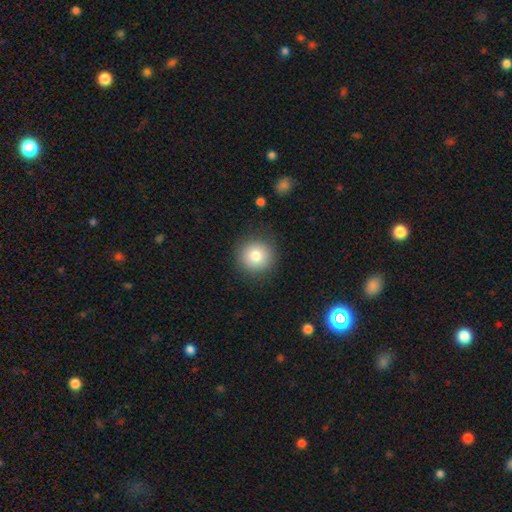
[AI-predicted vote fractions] Smooth or featured?
  - smooth: 80% *
  - star or artifact: 10%
  - featured or disk: 10%
How rounded?
  - round: 94% *
  - in between: 5%
  - cigar-shaped: 1%
Merging?
  - none: 89% *
  - minor disturbance: 7%
  - major disturbance: 3%
  - merger: 1%